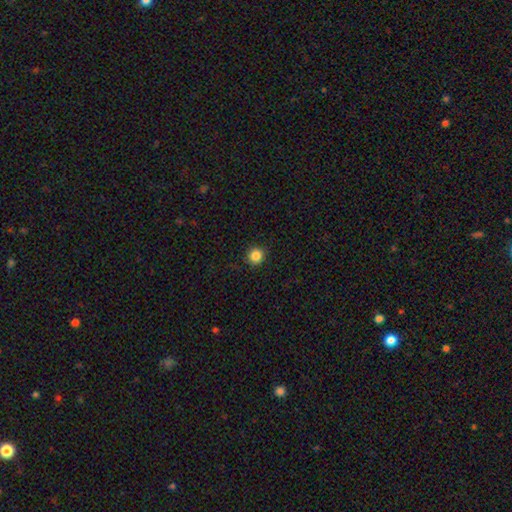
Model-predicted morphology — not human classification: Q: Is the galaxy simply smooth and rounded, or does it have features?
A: smooth — 85%.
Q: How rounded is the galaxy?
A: round — 93%.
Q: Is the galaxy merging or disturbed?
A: none — 91%.